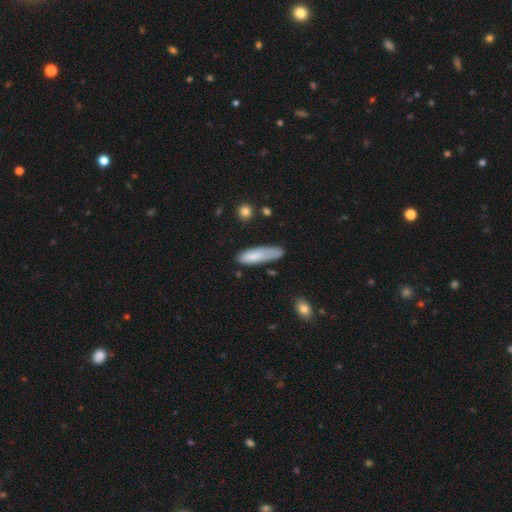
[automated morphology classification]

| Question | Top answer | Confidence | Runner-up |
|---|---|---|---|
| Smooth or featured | smooth | 80% | featured or disk (14%) |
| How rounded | cigar-shaped | 66% | in between (32%) |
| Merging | none | 56% | minor disturbance (31%) |